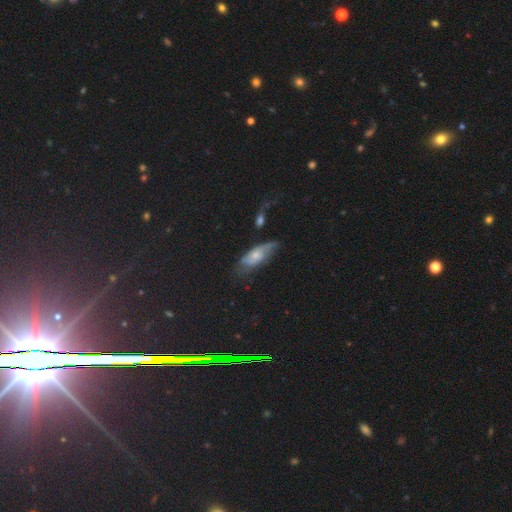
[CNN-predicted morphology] A featured or disk galaxy (56%).

Vote fractions:
- Smooth or featured? featured or disk: 56% / smooth: 34% / star or artifact: 10%
- Edge-on disk? no: 83% / yes: 17%
- Merging? none: 48% / minor disturbance: 29% / major disturbance: 17% / merger: 6%